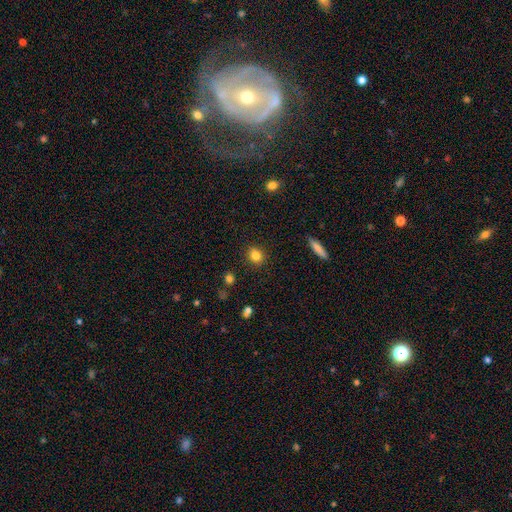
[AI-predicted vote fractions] Morphology: type=smooth (82%); roundness=round (72%); merging=none (90%).